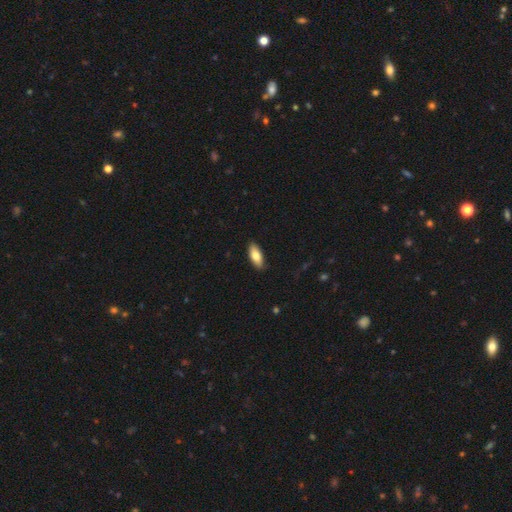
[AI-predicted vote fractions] A smooth galaxy with no disk features (80%) that is in between round and cigar-shaped (81%). Merging: none (89%).